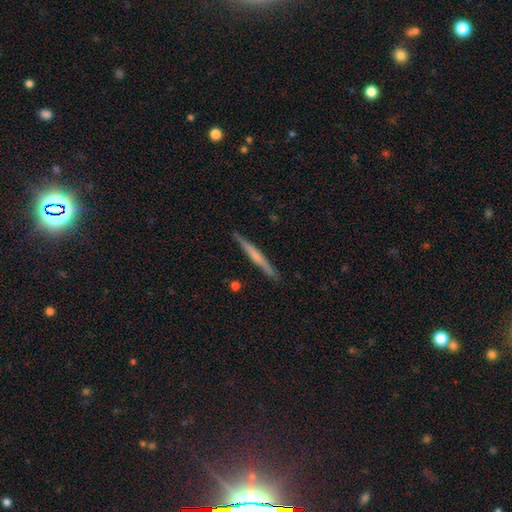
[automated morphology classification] smooth_or_featured: featured or disk (p=0.52) [alt: smooth p=0.43]
disk_edge_on: yes (p=0.97) [alt: no p=0.03]
edge_on_bulge: none (p=0.65) [alt: rounded p=0.24]
merging: none (p=0.90) [alt: minor disturbance p=0.07]